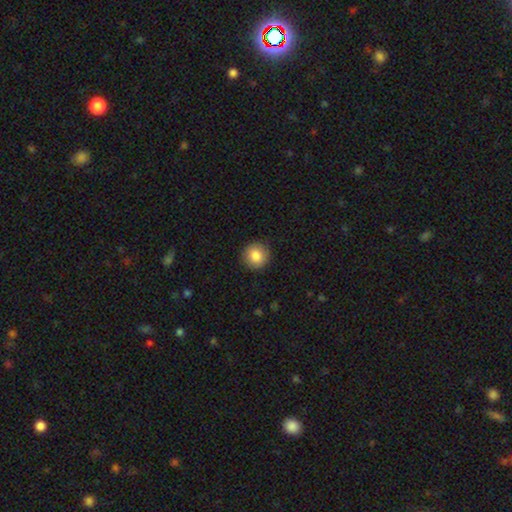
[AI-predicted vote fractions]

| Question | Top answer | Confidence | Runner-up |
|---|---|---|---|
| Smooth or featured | smooth | 86% | star or artifact (9%) |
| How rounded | round | 92% | in between (7%) |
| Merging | none | 88% | minor disturbance (9%) |